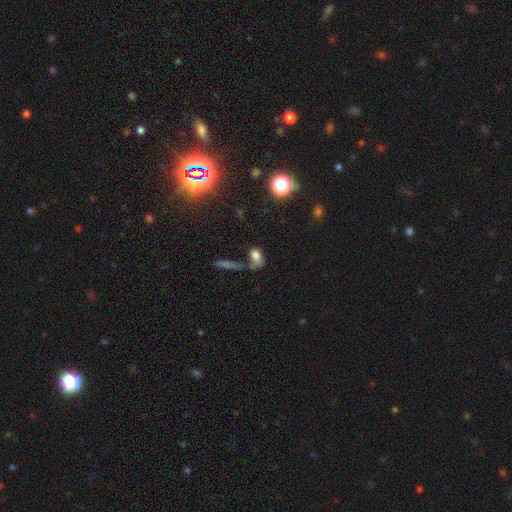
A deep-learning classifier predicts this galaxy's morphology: This is likely a smooth galaxy (65%). How rounded: likely in between (74%). Merging: marginally merger (33%).